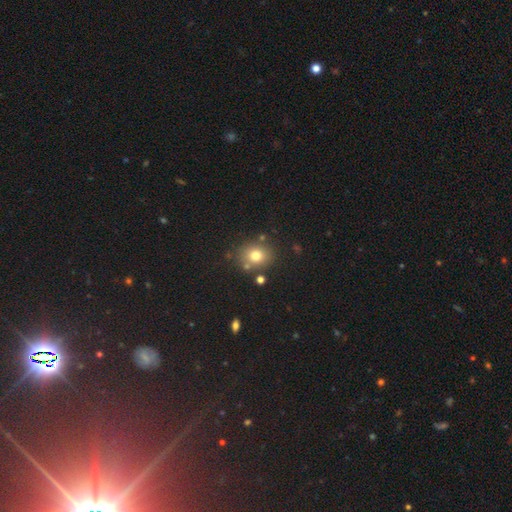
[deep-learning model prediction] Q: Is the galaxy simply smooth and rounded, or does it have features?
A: smooth — 75%.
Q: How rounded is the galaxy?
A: round — 64%.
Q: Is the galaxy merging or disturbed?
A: none — 77%.